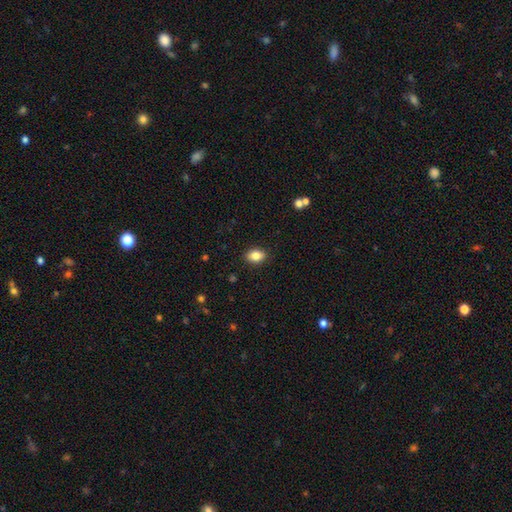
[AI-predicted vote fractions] This is clearly a smooth galaxy (84%). How rounded: clearly in between (81%). Merging: clearly none (89%).